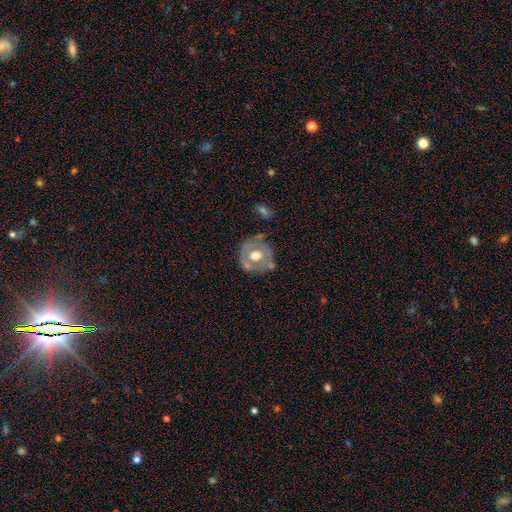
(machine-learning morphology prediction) Smooth or featured? featured or disk (55%)
Edge-on disk? no (95%)
Bar? no (85%)
Spiral arms? no (79%)
Bulge size? moderate (69%)
Merging? none (63%)